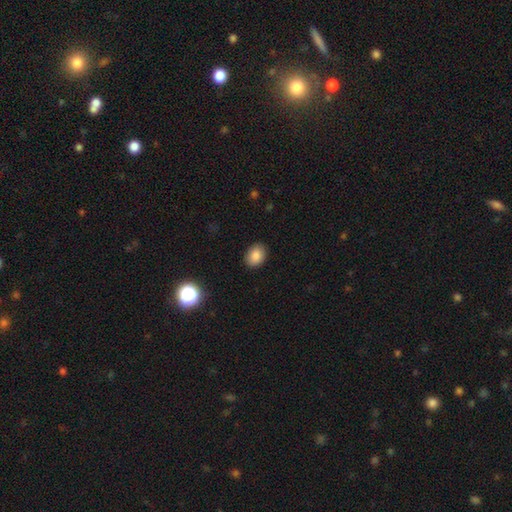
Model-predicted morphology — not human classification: A smooth galaxy with no disk features (85%) that is in between round and cigar-shaped (69%).

Vote fractions:
- Smooth or featured? smooth: 85% / star or artifact: 10% / featured or disk: 5%
- How rounded? in between: 69% / round: 31% / cigar-shaped: 1%
- Merging? none: 89% / minor disturbance: 8% / major disturbance: 2% / merger: 1%